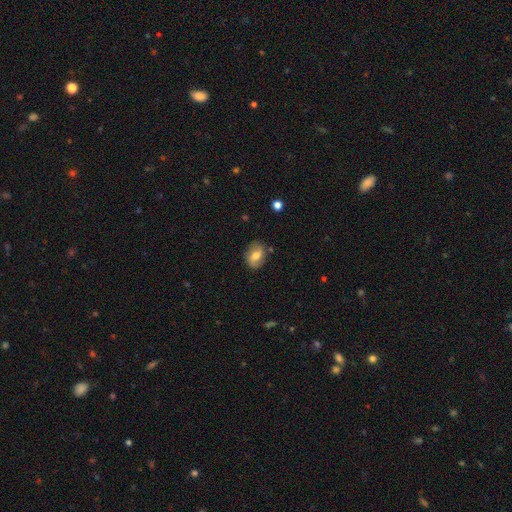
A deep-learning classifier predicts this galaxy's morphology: Smooth or featured?
  - smooth: 51% *
  - featured or disk: 41%
  - star or artifact: 8%
How rounded?
  - in between: 71% *
  - round: 27%
  - cigar-shaped: 2%
Merging?
  - none: 79% *
  - minor disturbance: 15%
  - major disturbance: 4%
  - merger: 2%